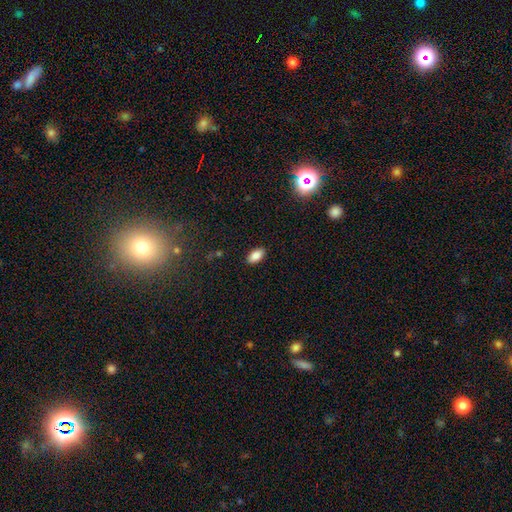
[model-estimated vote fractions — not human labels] A smooth galaxy with no disk features (85%) that is in between round and cigar-shaped (92%). Merging: none (89%).